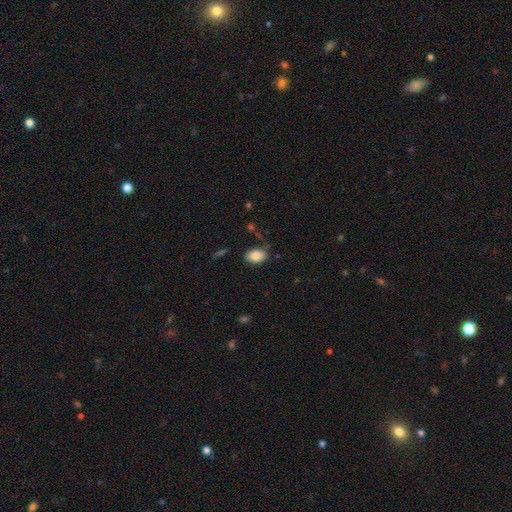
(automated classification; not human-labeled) This appears to be a smooth galaxy with no disk features (85%) that is in between round and cigar-shaped (87%). Merging: none (80%).